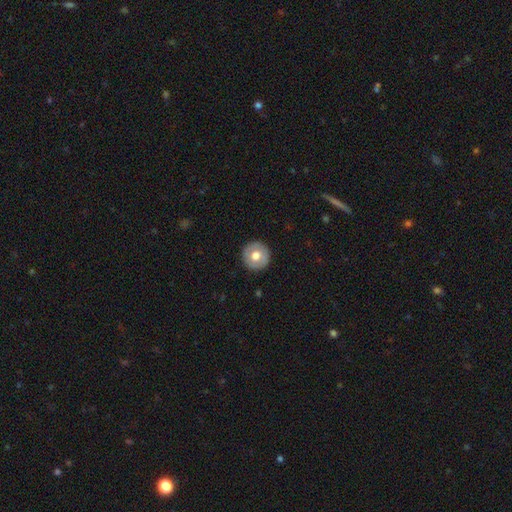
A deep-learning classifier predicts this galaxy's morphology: The model was most divided on "smooth or featured": smooth: 63%, featured or disk: 30%, star or artifact: 7%. More confident: how rounded — round (95%); merging — none (91%).